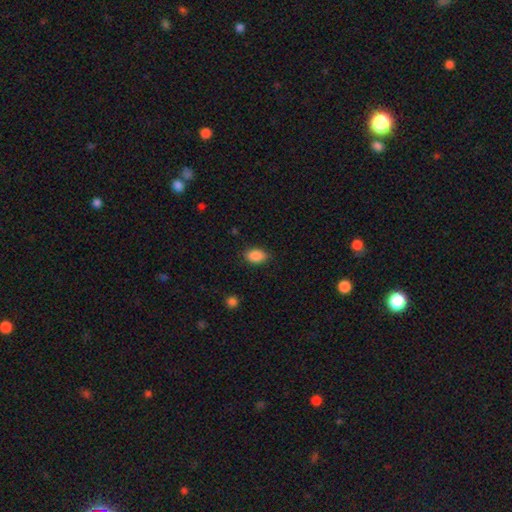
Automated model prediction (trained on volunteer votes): A smooth galaxy with no disk features (88%) that is in between round and cigar-shaped (86%).

Vote fractions:
- Smooth or featured? smooth: 88% / star or artifact: 8% / featured or disk: 4%
- How rounded? in between: 86% / round: 13% / cigar-shaped: 1%
- Merging? none: 85% / minor disturbance: 11% / major disturbance: 3% / merger: 1%